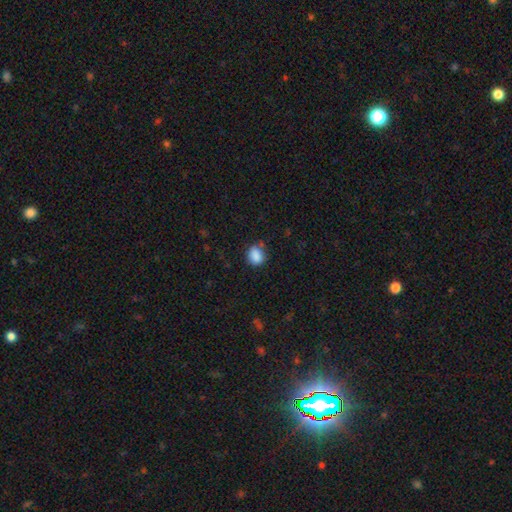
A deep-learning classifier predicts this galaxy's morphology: A smooth galaxy with no disk features (86%) that is round (61%). Merging: none (73%).